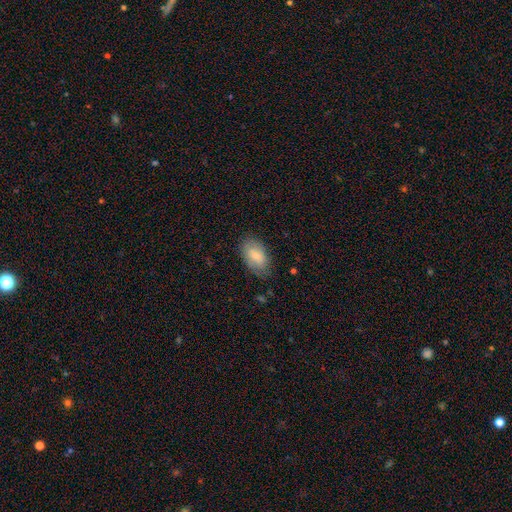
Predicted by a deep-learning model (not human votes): Morphology: type=smooth (70%); roundness=in between (93%); merging=none (74%).